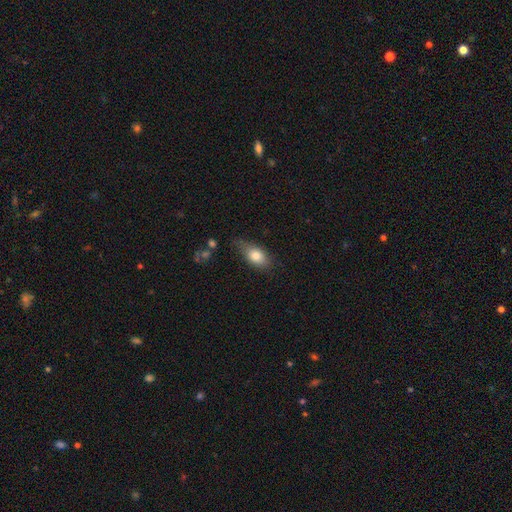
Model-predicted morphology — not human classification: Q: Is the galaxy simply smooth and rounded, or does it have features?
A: smooth — 79%.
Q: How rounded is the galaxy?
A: in between — 85%.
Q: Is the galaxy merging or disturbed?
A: none — 57%.